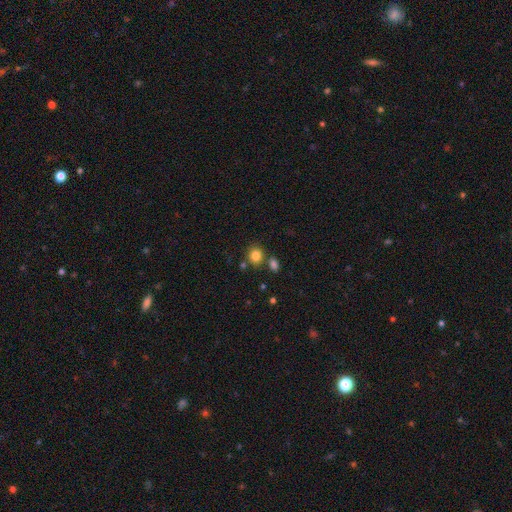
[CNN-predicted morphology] A smooth galaxy with no disk features (82%) that is round (77%).

Vote fractions:
- Smooth or featured? smooth: 82% / star or artifact: 12% / featured or disk: 6%
- How rounded? round: 77% / in between: 22% / cigar-shaped: 1%
- Merging? none: 73% / merger: 13% / minor disturbance: 10% / major disturbance: 3%